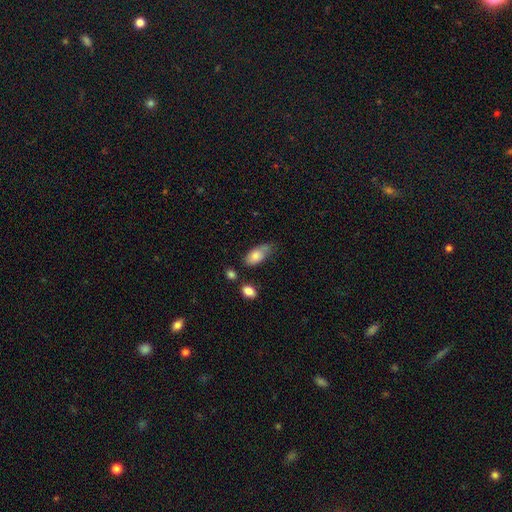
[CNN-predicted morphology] Smooth or featured?
  - smooth: 79% *
  - featured or disk: 14%
  - star or artifact: 7%
How rounded?
  - in between: 90% *
  - cigar-shaped: 7%
  - round: 3%
Merging?
  - none: 43% *
  - minor disturbance: 38%
  - major disturbance: 12%
  - merger: 7%